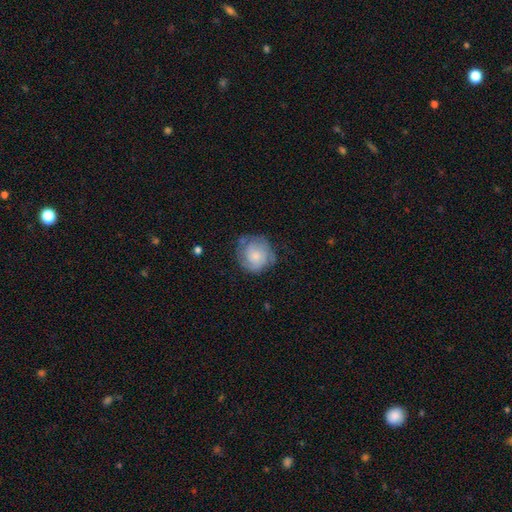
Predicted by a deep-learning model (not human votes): Morphology: type=featured or disk (50%); merging=none (65%).